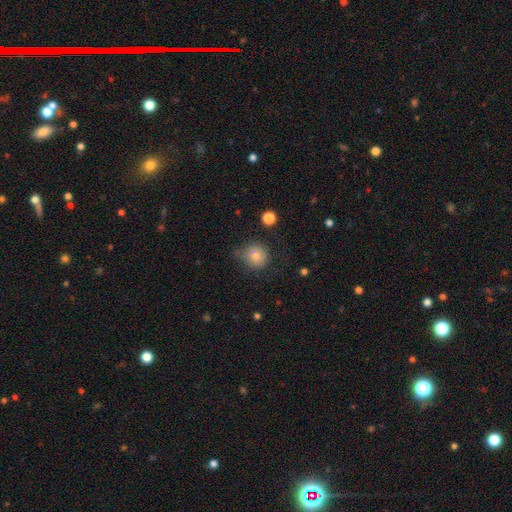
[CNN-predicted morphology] type=smooth (80%); roundness=round (85%); merging=none (64%).